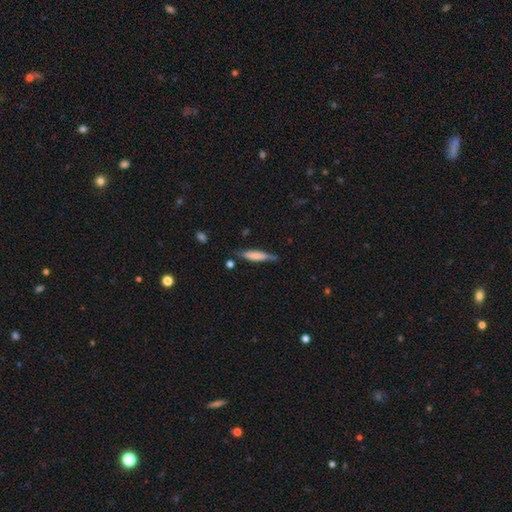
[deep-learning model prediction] The model was most divided on "smooth or featured": smooth: 65%, featured or disk: 29%, star or artifact: 6%. More confident: how rounded — cigar-shaped (84%); merging — none (73%).